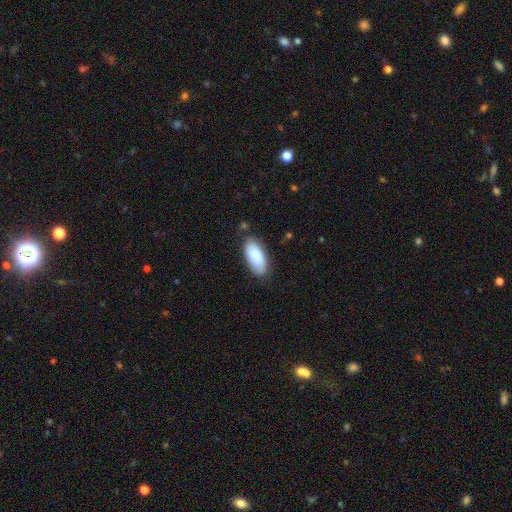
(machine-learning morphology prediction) Overall: smooth (85%). How rounded: in between (90%). Merging: none (79%).